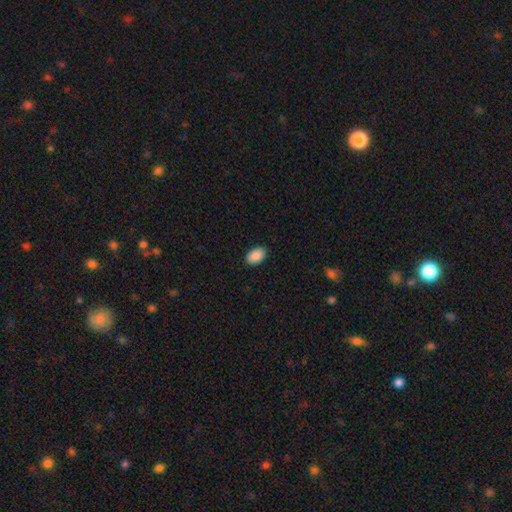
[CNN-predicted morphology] Smooth or featured? smooth (91%)
How rounded? in between (93%)
Merging? none (90%)